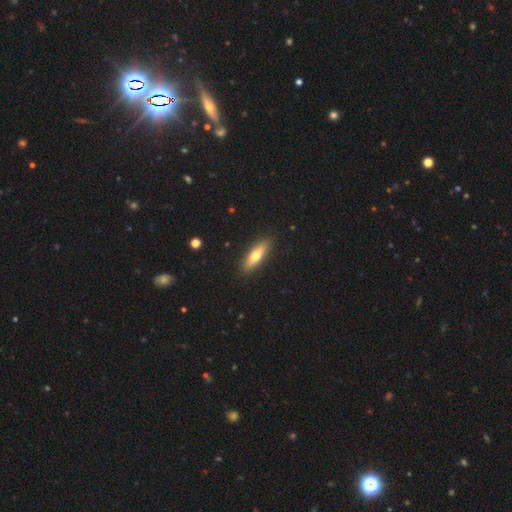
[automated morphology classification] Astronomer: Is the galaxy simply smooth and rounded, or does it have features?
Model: smooth — 63%.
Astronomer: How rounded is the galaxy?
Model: cigar-shaped — 62%.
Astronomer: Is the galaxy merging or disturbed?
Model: none — 89%.